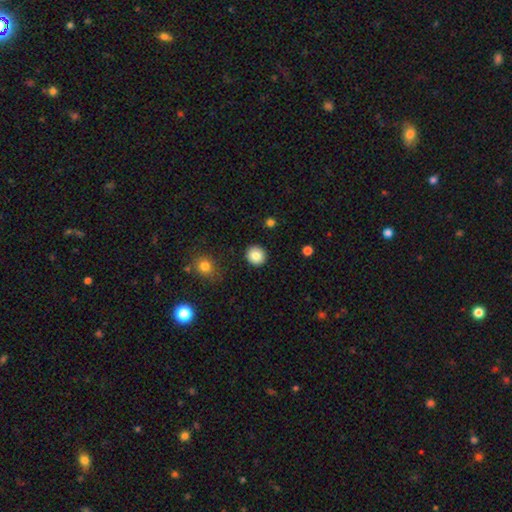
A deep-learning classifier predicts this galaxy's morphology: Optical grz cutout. It shows a smooth galaxy with no disk features (85%) that is round (91%). Merging: none (91%).